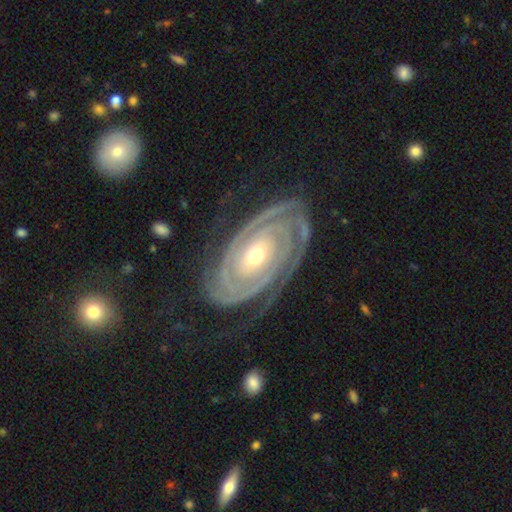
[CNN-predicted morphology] A featured or disk galaxy (92%) with no bar (68%), 2 (64%) tight (86%) spiral arms (98%) and a moderate central bulge (51%).

Vote fractions:
- Smooth or featured? featured or disk: 92% / star or artifact: 4% / smooth: 4%
- Edge-on disk? no: 96% / yes: 4%
- Bar? no: 68% / weak: 19% / strong: 14%
- Spiral arms? yes: 98% / no: 2%
- Spiral winding? tight: 86% / medium: 12% / loose: 2%
- Spiral arm count? 2: 64% / 3: 11% / can't tell: 11% / 4: 5% / more than 4: 4% / 1: 4%
- Bulge size? moderate: 51% / small: 45% / large: 2% / dominant: 1% / none: 1%
- Merging? none: 77% / minor disturbance: 15% / major disturbance: 7% / merger: 2%